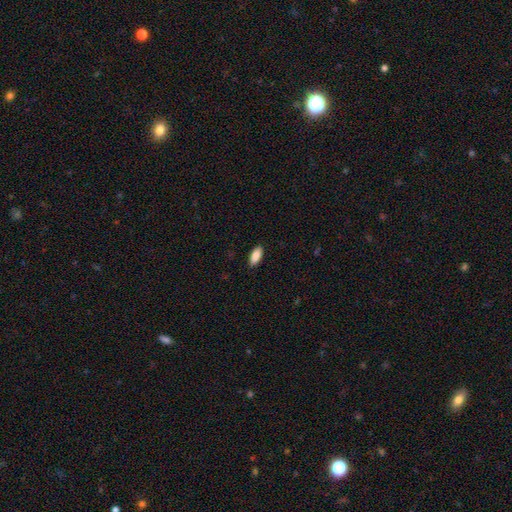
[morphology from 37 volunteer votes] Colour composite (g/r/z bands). It shows a smooth galaxy with no disk features (92%) that is in between round and cigar-shaped (82%). Merging: none (88%).